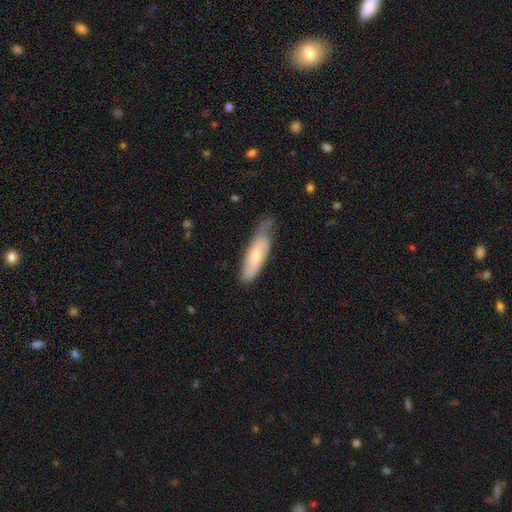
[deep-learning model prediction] Smooth or featured? Predicted: smooth (p=0.59). How rounded? Predicted: cigar-shaped (p=0.49, tied with in between). Merging? Predicted: none (p=0.47).